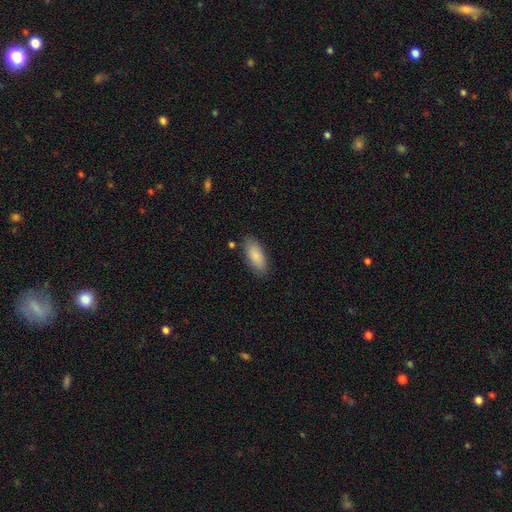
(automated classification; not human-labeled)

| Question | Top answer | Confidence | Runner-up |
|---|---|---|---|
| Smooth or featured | smooth | 86% | featured or disk (8%) |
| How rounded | in between | 87% | cigar-shaped (11%) |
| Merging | none | 81% | minor disturbance (13%) |